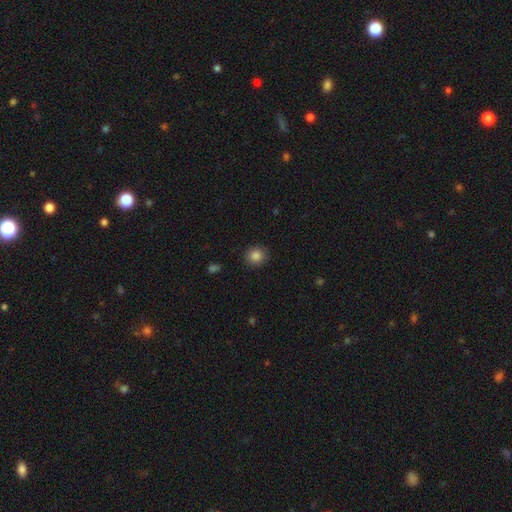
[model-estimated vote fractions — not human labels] smooth 85%, star or artifact 10%, featured or disk 5%. Down the decision tree: how rounded — round (86%); merging — none (90%).